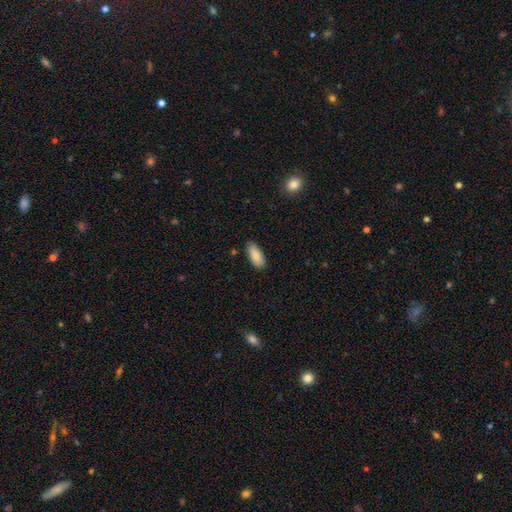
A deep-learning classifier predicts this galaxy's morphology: This is clearly a smooth galaxy (87%). How rounded: clearly in between (86%). Merging: clearly none (85%).